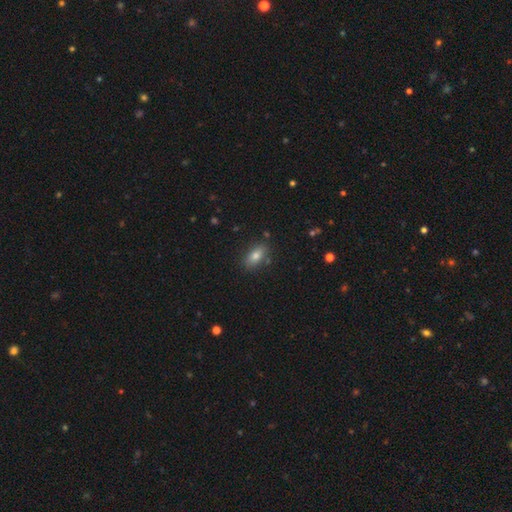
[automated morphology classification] type=smooth (79%); roundness=in between (86%); merging=none (83%).